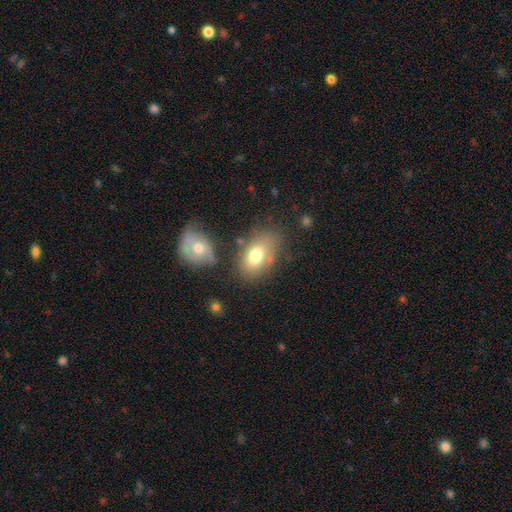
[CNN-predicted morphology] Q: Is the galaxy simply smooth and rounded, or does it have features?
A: smooth — 74%.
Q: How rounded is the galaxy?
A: in between — 88%.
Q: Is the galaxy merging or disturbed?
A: none — 64%.